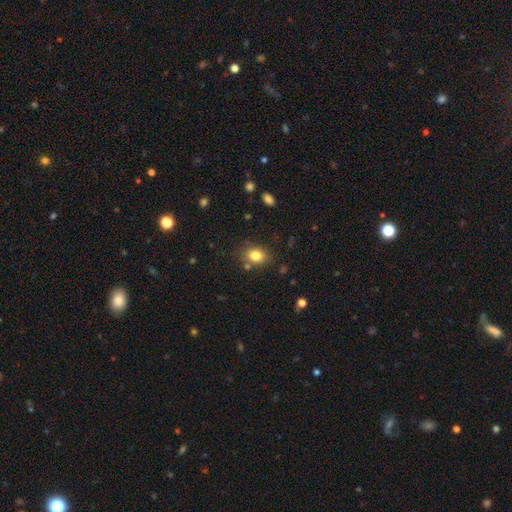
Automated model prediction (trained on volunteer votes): smooth_or_featured: smooth (p=0.81) [alt: star or artifact p=0.11]
how_rounded: in between (p=0.56) [alt: round p=0.43]
merging: none (p=0.77) [alt: minor disturbance p=0.13]